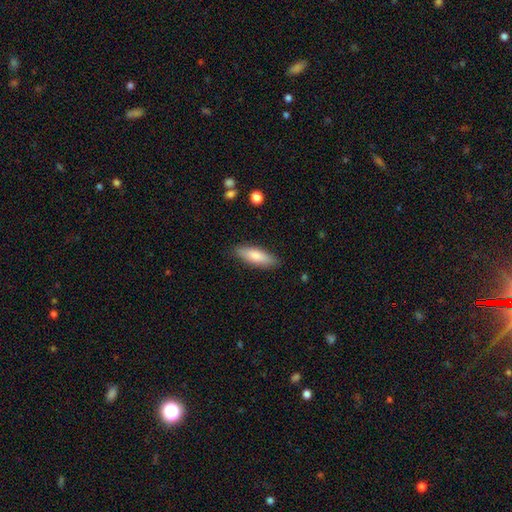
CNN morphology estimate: Smooth or featured: smooth — 78% (featured or disk — 17%)
How rounded: cigar-shaped — 51% (in between — 48%)
Merging: none — 87% (minor disturbance — 10%)